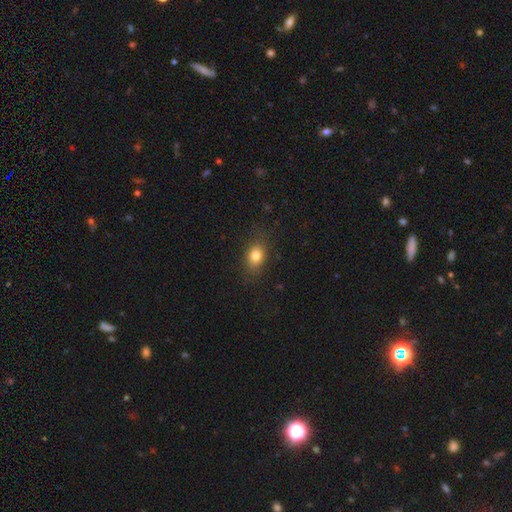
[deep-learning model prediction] This appears to be a smooth galaxy with no disk features (81%) that is in between round and cigar-shaped (68%). Merging: none (83%).